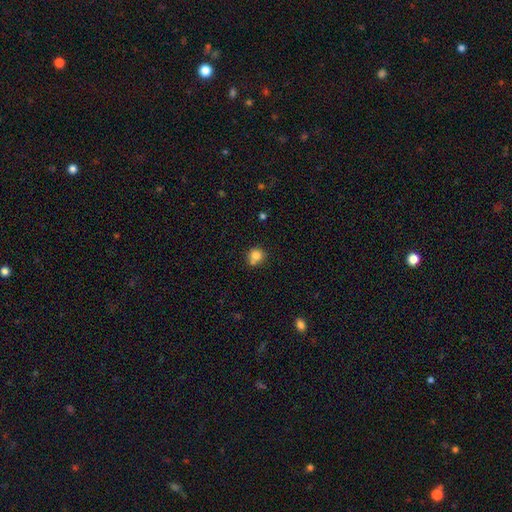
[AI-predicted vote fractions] A smooth galaxy with no disk features (80%) that is round (85%). Merging: none (57%).